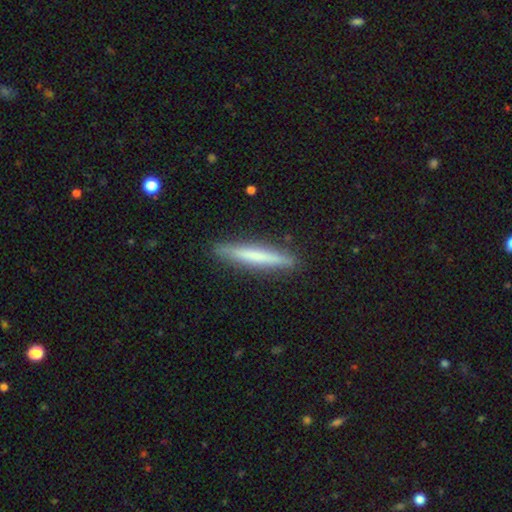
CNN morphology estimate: A smooth galaxy with no disk features (61%) that is cigar-shaped (95%).

Vote fractions:
- Smooth or featured? smooth: 61% / featured or disk: 33% / star or artifact: 6%
- How rounded? cigar-shaped: 95% / in between: 4% / round: 1%
- Merging? none: 90% / minor disturbance: 7% / major disturbance: 1% / merger: 1%